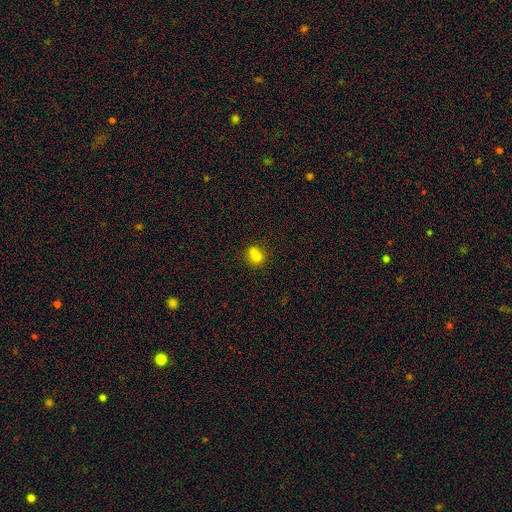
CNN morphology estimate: smooth 73%, featured or disk 15%, star or artifact 12%. Down the decision tree: how rounded — round (71%); merging — merger (52%).